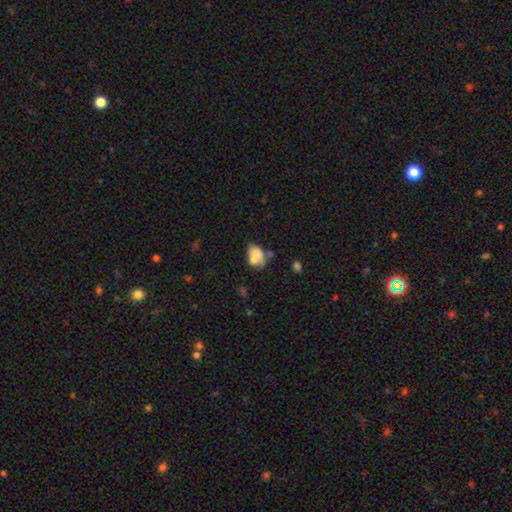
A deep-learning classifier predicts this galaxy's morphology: A smooth galaxy with no disk features (67%) that is in between round and cigar-shaped (74%). Merging: merger (38%).